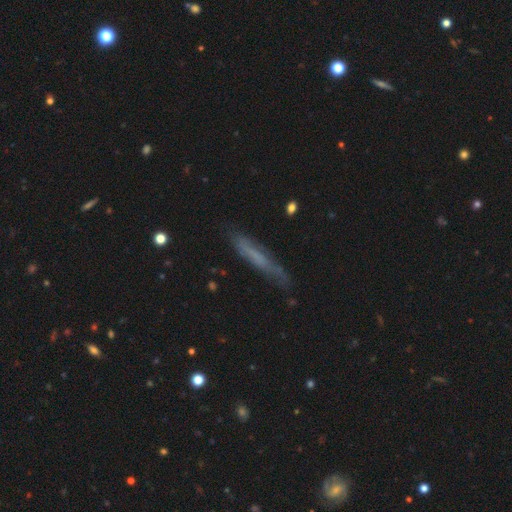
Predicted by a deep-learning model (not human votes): Overall: smooth (49%; featured or disk 41%). Merging: none (66%).